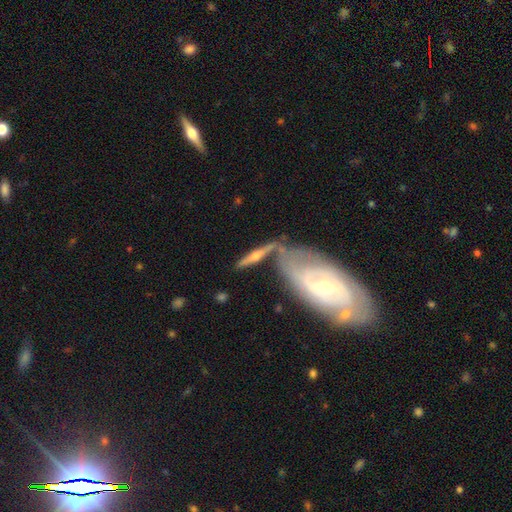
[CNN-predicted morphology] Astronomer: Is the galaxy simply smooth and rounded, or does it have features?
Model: featured or disk — 66%.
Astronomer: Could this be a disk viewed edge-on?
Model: yes — 65%.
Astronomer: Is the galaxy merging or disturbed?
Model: none — 47% (runner-up: merger, 28%).